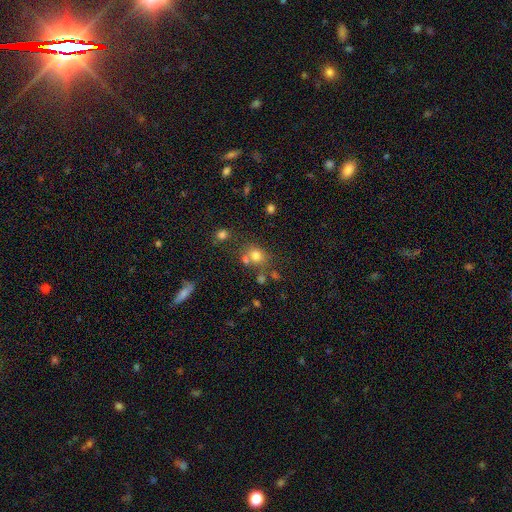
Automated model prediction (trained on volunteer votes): Smooth or featured?
  - smooth: 74% *
  - star or artifact: 15%
  - featured or disk: 11%
How rounded?
  - round: 65% *
  - in between: 34%
  - cigar-shaped: 1%
Merging?
  - none: 57% *
  - merger: 24%
  - minor disturbance: 13%
  - major disturbance: 6%